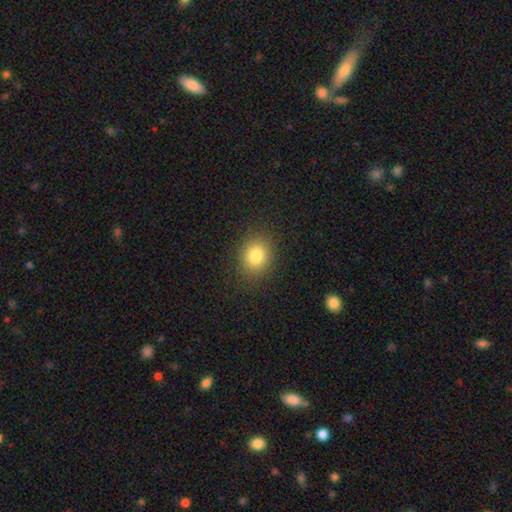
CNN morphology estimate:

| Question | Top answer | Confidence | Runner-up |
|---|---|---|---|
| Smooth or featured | smooth | 82% | star or artifact (11%) |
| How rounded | round | 62% | in between (37%) |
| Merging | none | 87% | minor disturbance (9%) |